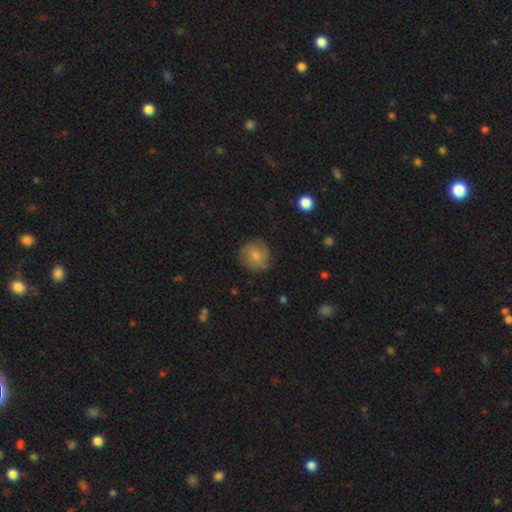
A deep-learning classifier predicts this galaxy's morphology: Smooth or featured?
  - smooth: 55% *
  - featured or disk: 36%
  - star or artifact: 9%
How rounded?
  - round: 87% *
  - in between: 12%
  - cigar-shaped: 1%
Merging?
  - none: 75% *
  - minor disturbance: 18%
  - major disturbance: 6%
  - merger: 1%